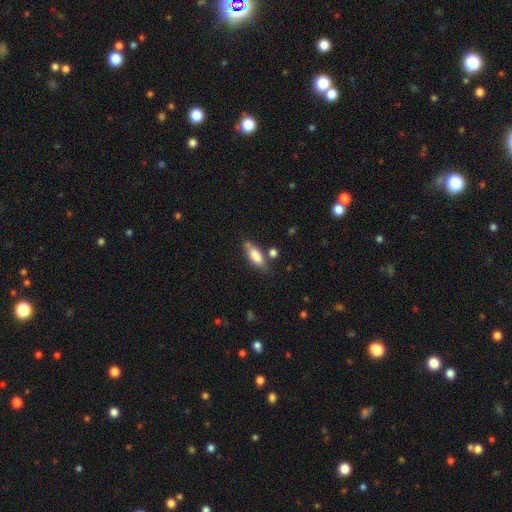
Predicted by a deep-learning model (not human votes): Smooth or featured?
  - smooth: 78% *
  - featured or disk: 15%
  - star or artifact: 7%
How rounded?
  - in between: 67% *
  - cigar-shaped: 30%
  - round: 3%
Merging?
  - none: 67% *
  - minor disturbance: 19%
  - merger: 9%
  - major disturbance: 5%